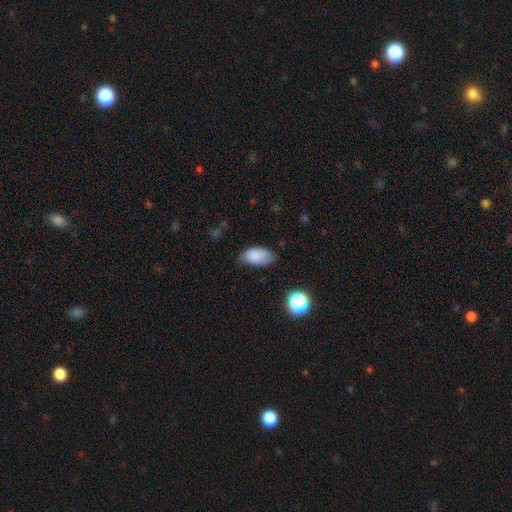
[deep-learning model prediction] The model was most divided on "merging": none: 59%, minor disturbance: 32%, major disturbance: 7%, merger: 2%. More confident: how rounded — in between (93%); smooth or featured — smooth (83%).